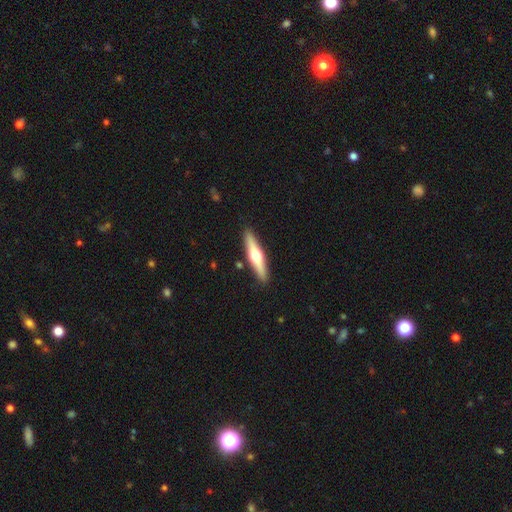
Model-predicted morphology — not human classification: The model was most divided on "smooth or featured": featured or disk: 61%, smooth: 34%, star or artifact: 5%. More confident: edge-on disk — yes (96%); edge-on bulge — rounded (94%); merging — none (90%).